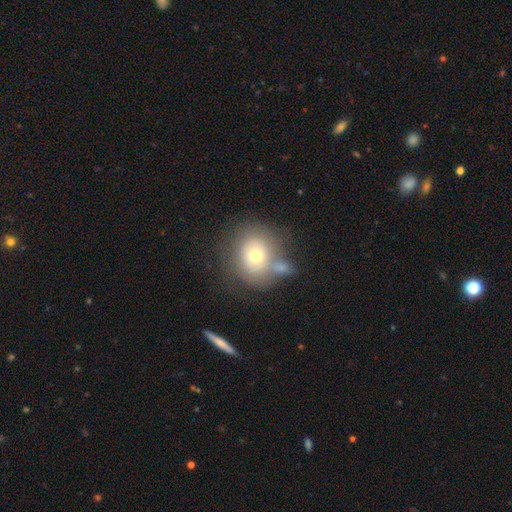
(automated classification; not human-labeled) A smooth galaxy with no disk features (65%) that is round (79%).

Vote fractions:
- Smooth or featured? smooth: 65% / featured or disk: 24% / star or artifact: 11%
- How rounded? round: 79% / in between: 20% / cigar-shaped: 1%
- Merging? none: 51% / merger: 25% / minor disturbance: 16% / major disturbance: 8%